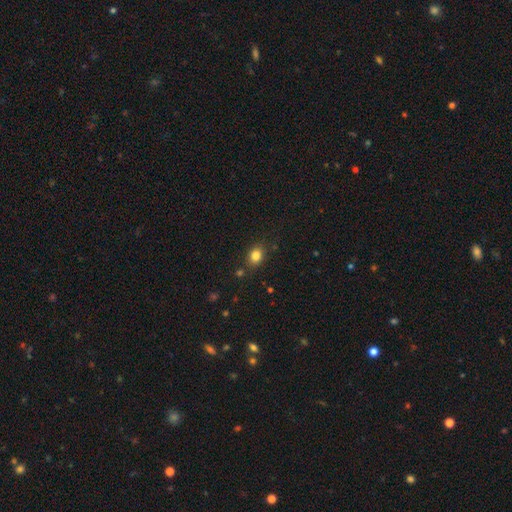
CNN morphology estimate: A smooth galaxy with no disk features (82%) that is in between round and cigar-shaped (53%). Merging: none (82%).